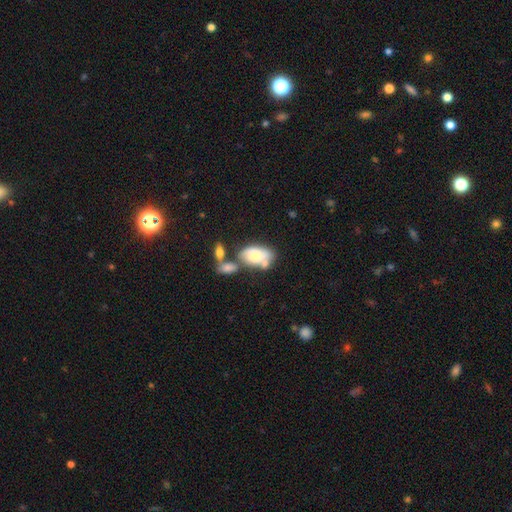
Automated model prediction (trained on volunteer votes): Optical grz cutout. It shows a smooth galaxy with no disk features (62%) that is in between round and cigar-shaped (91%). Merging: merger (37%).